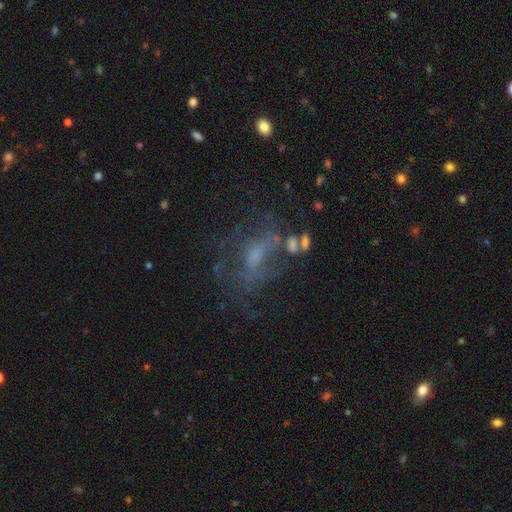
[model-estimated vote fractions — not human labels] The model was most divided on "bulge size": small: 36%, moderate: 32%, none: 26%, large: 5%, dominant: 1%. Remaining: edge-on disk — no (93%); smooth or featured — featured or disk (57%); spiral arms — no (56%); bar — no (53%); merging — none (47%).